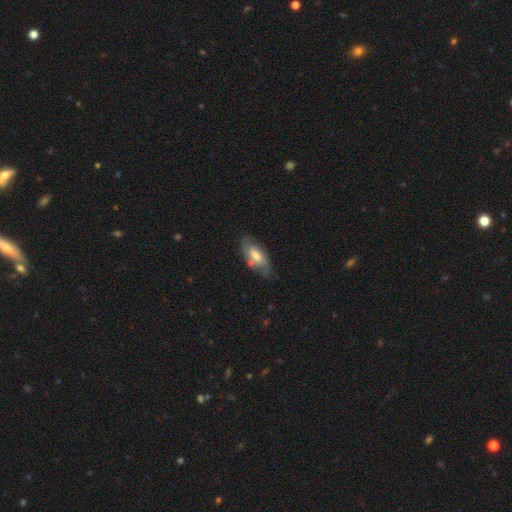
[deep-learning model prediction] A smooth galaxy with no disk features (54%) that is in between round and cigar-shaped (81%).

Vote fractions:
- Smooth or featured? smooth: 54% / featured or disk: 39% / star or artifact: 7%
- How rounded? in between: 81% / cigar-shaped: 16% / round: 2%
- Merging? none: 62% / minor disturbance: 24% / merger: 7% / major disturbance: 6%